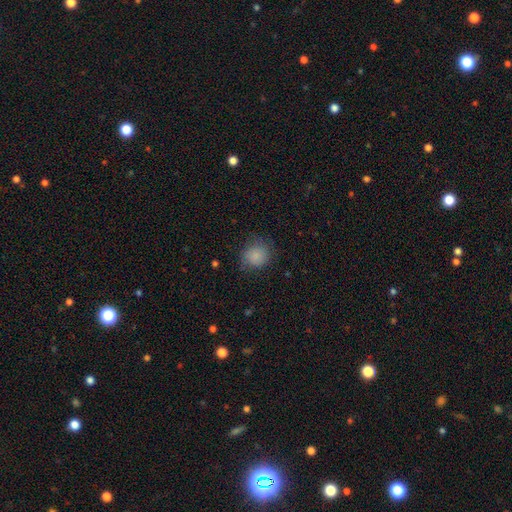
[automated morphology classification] Smooth or featured? Predicted: smooth (p=0.85). How rounded? Predicted: round (p=0.82). Merging? Predicted: none (p=0.73).